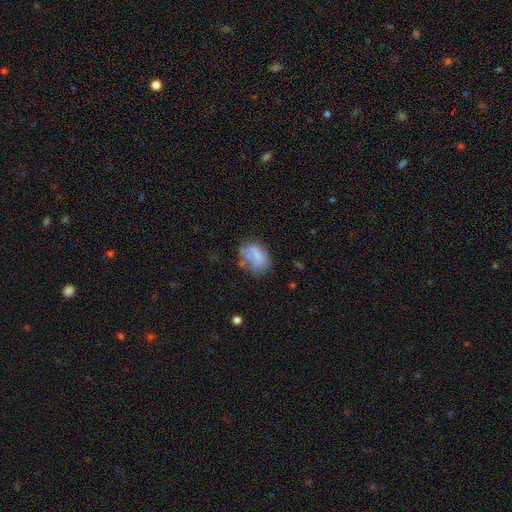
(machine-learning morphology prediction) Smooth or featured?
  - smooth: 60% *
  - featured or disk: 30%
  - star or artifact: 10%
How rounded?
  - in between: 74% *
  - round: 24%
  - cigar-shaped: 2%
Merging?
  - none: 40% *
  - minor disturbance: 28%
  - major disturbance: 20%
  - merger: 12%